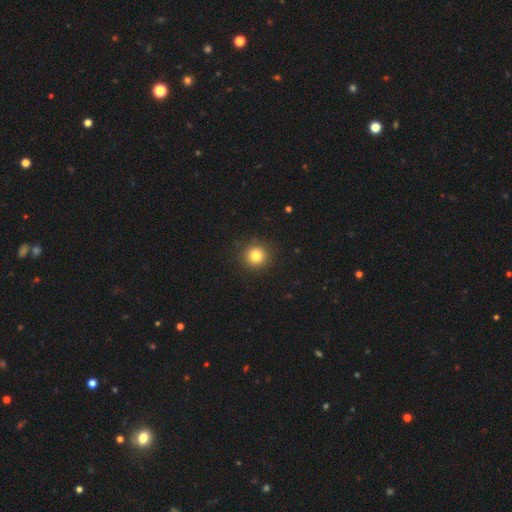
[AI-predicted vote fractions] A smooth galaxy with no disk features (80%) that is round (95%). Merging: none (91%).